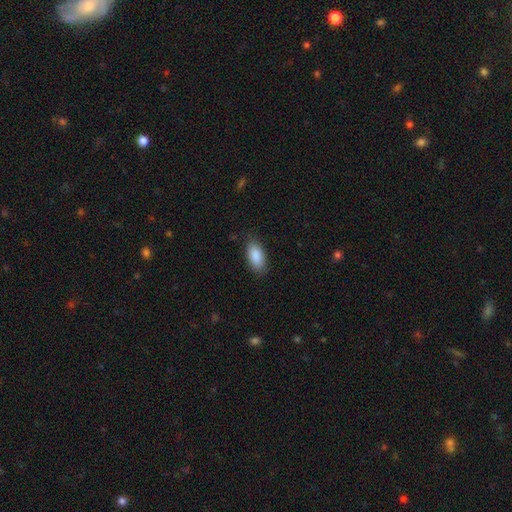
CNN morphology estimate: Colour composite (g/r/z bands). It shows a smooth galaxy with no disk features (89%) that is in between round and cigar-shaped (91%). Merging: none (82%).